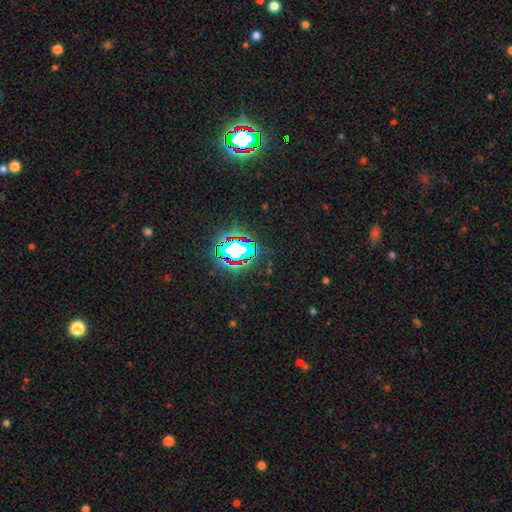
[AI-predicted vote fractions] Smooth or featured: star or artifact — 81% (smooth — 12%)